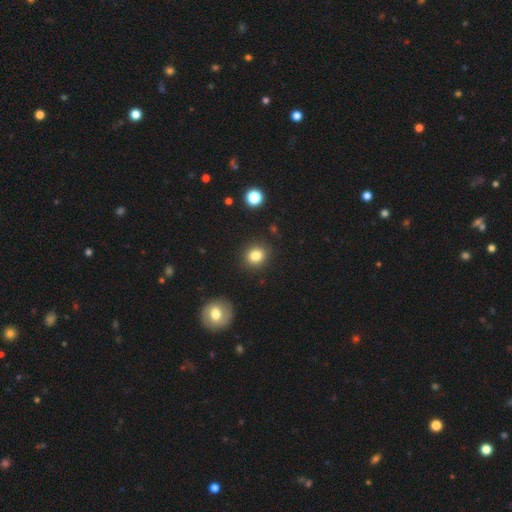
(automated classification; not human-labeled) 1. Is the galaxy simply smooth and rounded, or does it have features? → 83% smooth, 11% star or artifact, 6% featured or disk.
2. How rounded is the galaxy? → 77% round, 22% in between, 1% cigar-shaped.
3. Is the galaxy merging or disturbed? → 88% none, 8% minor disturbance, 2% major disturbance, 2% merger.